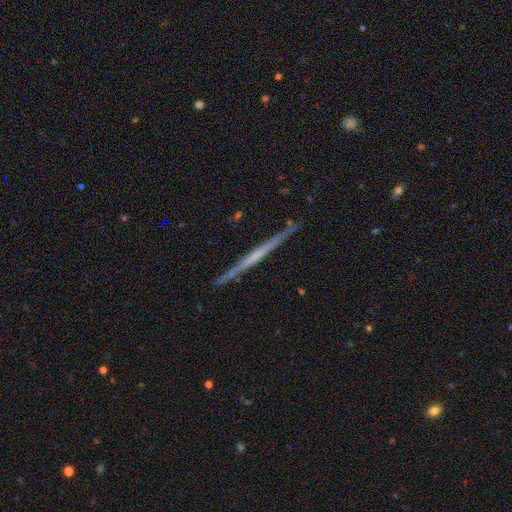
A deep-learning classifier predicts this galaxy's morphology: Smooth or featured? Predicted: featured or disk (p=0.67). Edge-on disk? Predicted: yes (p=0.97). Edge-on bulge? Predicted: none (p=0.81). Merging? Predicted: none (p=0.88).